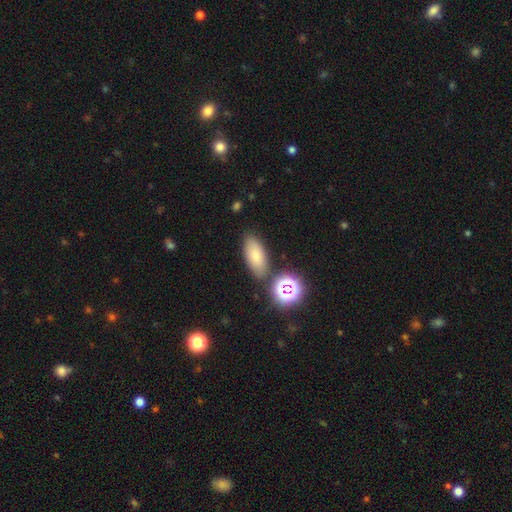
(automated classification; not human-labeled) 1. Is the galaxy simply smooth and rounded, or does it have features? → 76% smooth, 12% star or artifact, 12% featured or disk.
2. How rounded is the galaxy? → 87% in between, 8% cigar-shaped, 5% round.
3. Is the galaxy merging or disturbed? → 79% none, 11% minor disturbance, 7% merger, 3% major disturbance.